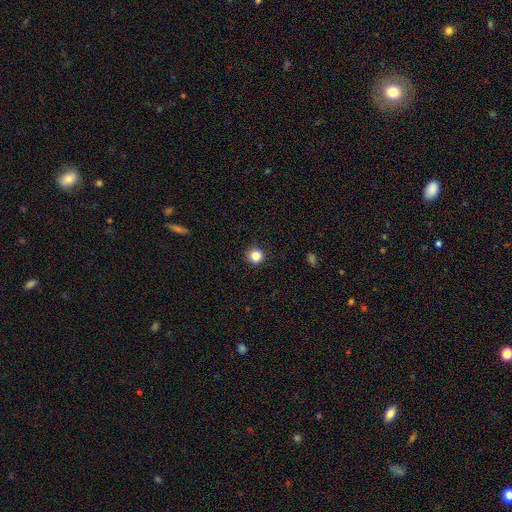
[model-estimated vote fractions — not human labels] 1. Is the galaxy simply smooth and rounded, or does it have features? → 84% smooth, 11% star or artifact, 4% featured or disk.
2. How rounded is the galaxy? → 94% round, 5% in between, 1% cigar-shaped.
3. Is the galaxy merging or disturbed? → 92% none, 5% minor disturbance, 2% major disturbance, 1% merger.